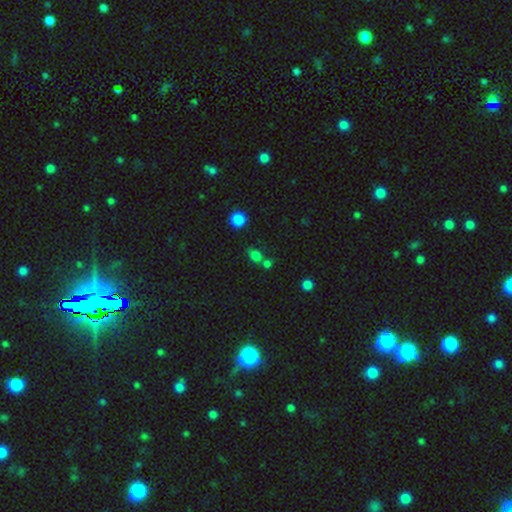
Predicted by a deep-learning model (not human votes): Overall: smooth (75%). How rounded: in between (58%; round 38%). Merging: none (49%; merger 33%).